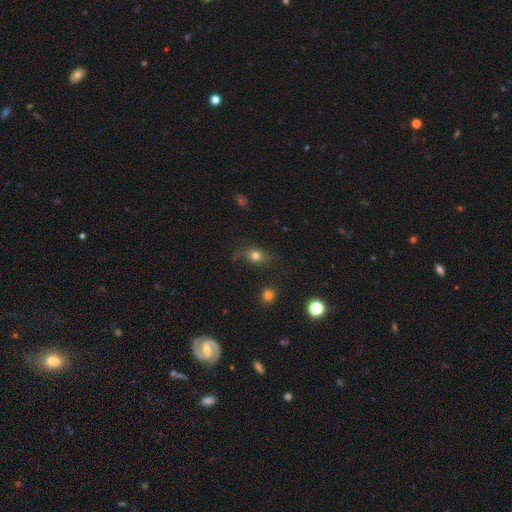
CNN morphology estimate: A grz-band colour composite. It shows a smooth galaxy with no disk features (70%) that is in between round and cigar-shaped (59%). Merging: none (67%).